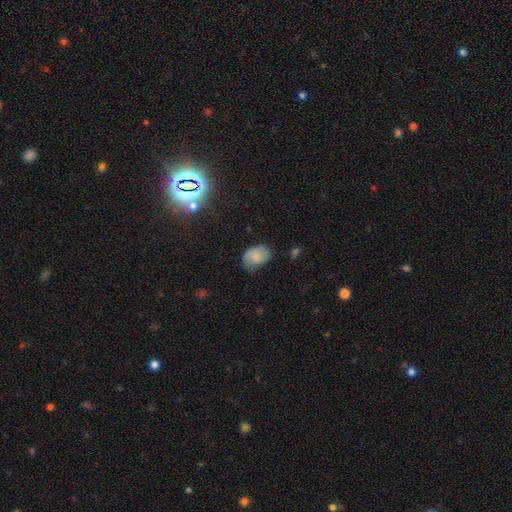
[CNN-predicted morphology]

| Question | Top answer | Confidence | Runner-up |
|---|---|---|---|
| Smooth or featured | smooth | 55% | featured or disk (35%) |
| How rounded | in between | 72% | round (27%) |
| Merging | none | 48% | minor disturbance (33%) |